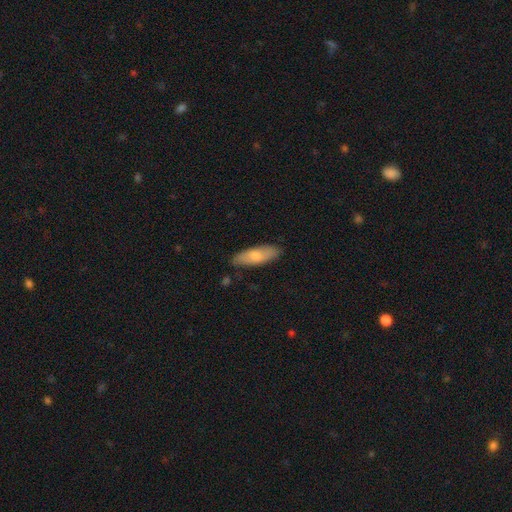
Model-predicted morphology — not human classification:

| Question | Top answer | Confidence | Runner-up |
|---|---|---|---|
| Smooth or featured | smooth | 74% | featured or disk (21%) |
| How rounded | in between | 63% | cigar-shaped (35%) |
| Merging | none | 81% | minor disturbance (15%) |